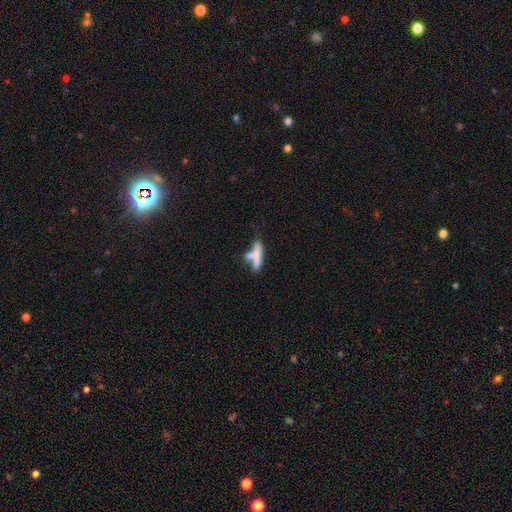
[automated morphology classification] smooth-or-featured: smooth: 59% | featured or disk: 32% | star or artifact: 8%
  how-rounded: cigar-shaped: 74% | in between: 23% | round: 3%
  merging: merger: 43% | none: 35% | minor disturbance: 14% | major disturbance: 8%